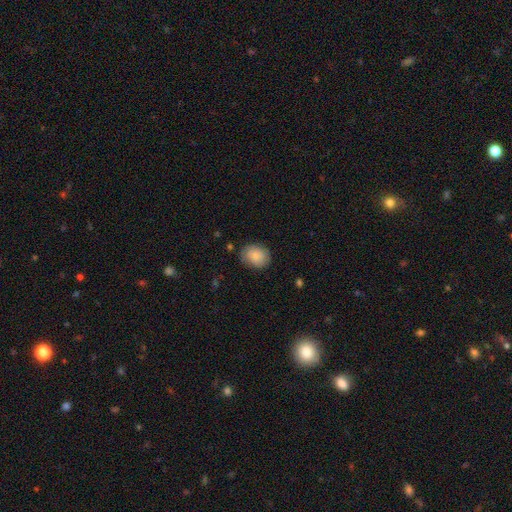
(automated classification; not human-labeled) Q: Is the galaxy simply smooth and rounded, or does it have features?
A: smooth — 83%.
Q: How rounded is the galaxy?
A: round — 50%.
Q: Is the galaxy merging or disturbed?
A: none — 80%.